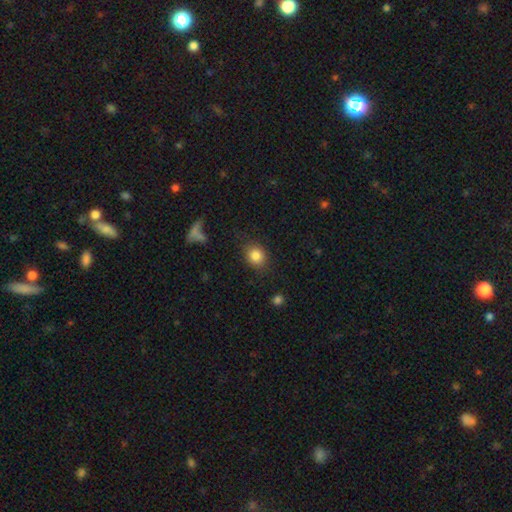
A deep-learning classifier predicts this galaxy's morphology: Smooth or featured? smooth (84%)
How rounded? round (70%)
Merging? none (81%)